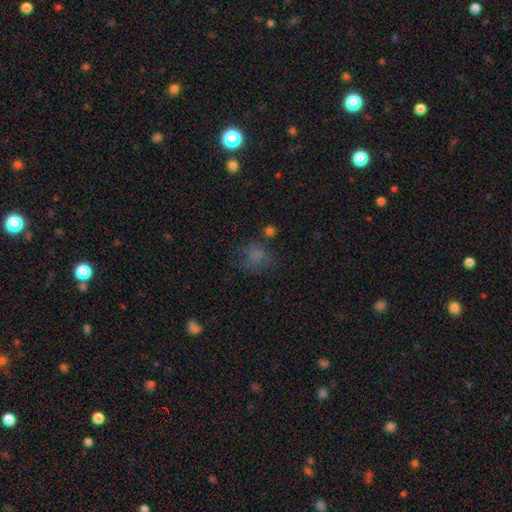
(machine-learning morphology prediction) Smooth or featured?
  - smooth: 70% *
  - star or artifact: 17%
  - featured or disk: 13%
How rounded?
  - round: 70% *
  - in between: 29%
  - cigar-shaped: 1%
Merging?
  - none: 58% *
  - minor disturbance: 21%
  - major disturbance: 16%
  - merger: 6%